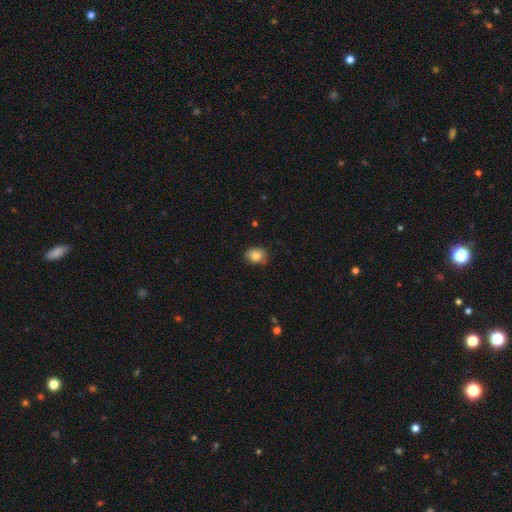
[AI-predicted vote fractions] A smooth galaxy with no disk features (83%) that is round (52%). Merging: none (72%).